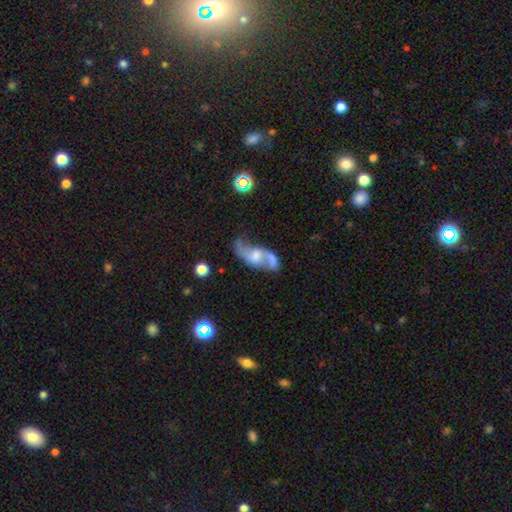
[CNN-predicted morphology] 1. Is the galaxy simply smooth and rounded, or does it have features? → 78% featured or disk, 14% smooth, 8% star or artifact.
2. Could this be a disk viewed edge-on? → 93% no, 7% yes.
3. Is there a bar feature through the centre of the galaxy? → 57% no, 35% weak, 9% strong.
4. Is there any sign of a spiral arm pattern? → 87% yes, 13% no.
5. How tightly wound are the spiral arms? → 74% loose, 21% medium, 5% tight.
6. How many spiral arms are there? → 87% 2, 5% 1, 5% can't tell, 1% 3, 1% 4, 1% more than 4.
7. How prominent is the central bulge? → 48% moderate, 31% small, 10% none, 9% large, 2% dominant.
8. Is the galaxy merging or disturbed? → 40% none, 30% merger, 16% minor disturbance, 14% major disturbance.